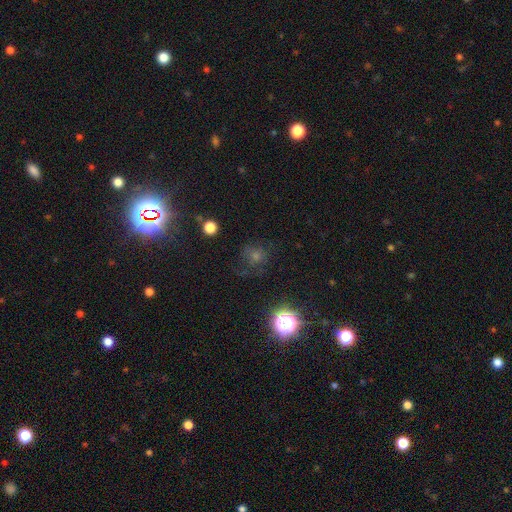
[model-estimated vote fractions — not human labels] Smooth or featured? Predicted: star or artifact (p=0.45).